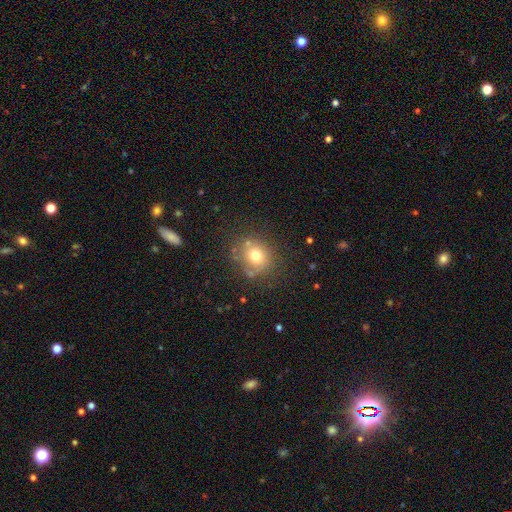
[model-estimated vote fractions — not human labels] smooth 72%, star or artifact 15%, featured or disk 13%. Down the decision tree: how rounded — round (76%); merging — none (74%).